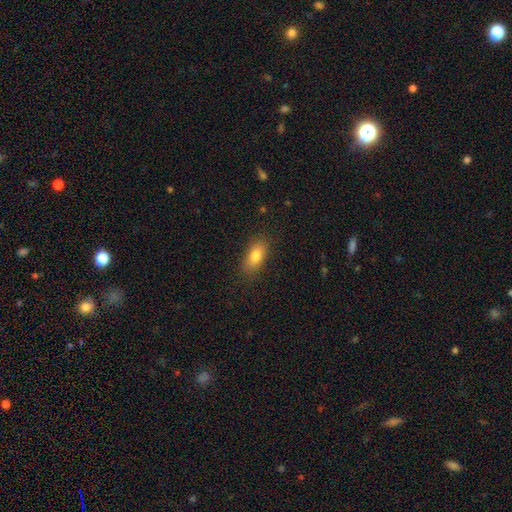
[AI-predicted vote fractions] This appears to be a smooth galaxy with no disk features (80%) that is in between round and cigar-shaped (85%). Merging: none (83%).